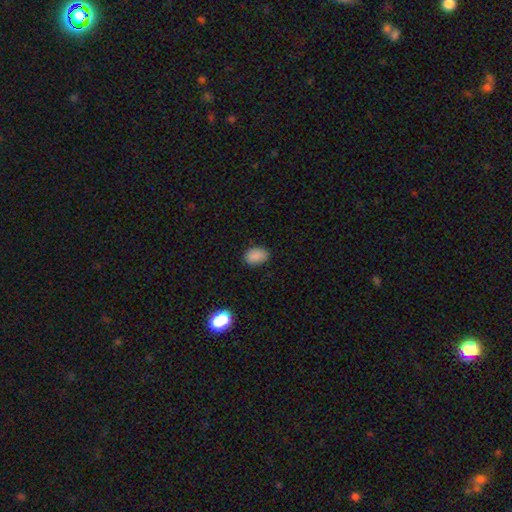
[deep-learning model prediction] smooth_or_featured: smooth (p=0.87) [alt: star or artifact p=0.09]
how_rounded: in between (p=0.84) [alt: round p=0.15]
merging: none (p=0.86) [alt: minor disturbance p=0.11]